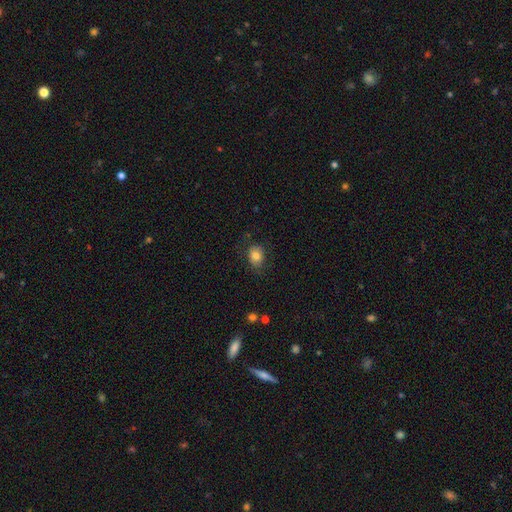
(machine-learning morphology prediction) A smooth galaxy with no disk features (82%) that is in between round and cigar-shaped (64%).

Vote fractions:
- Smooth or featured? smooth: 82% / featured or disk: 9% / star or artifact: 9%
- How rounded? in between: 64% / round: 35% / cigar-shaped: 1%
- Merging? none: 75% / minor disturbance: 18% / major disturbance: 6% / merger: 1%